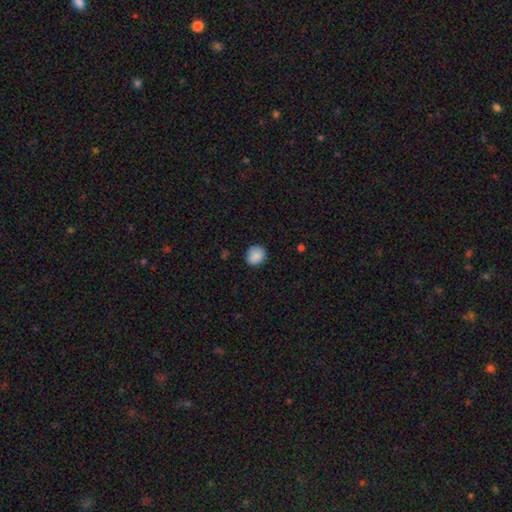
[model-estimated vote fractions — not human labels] smooth 88%, star or artifact 8%, featured or disk 4%. Down the decision tree: how rounded — round (77%); merging — none (83%).